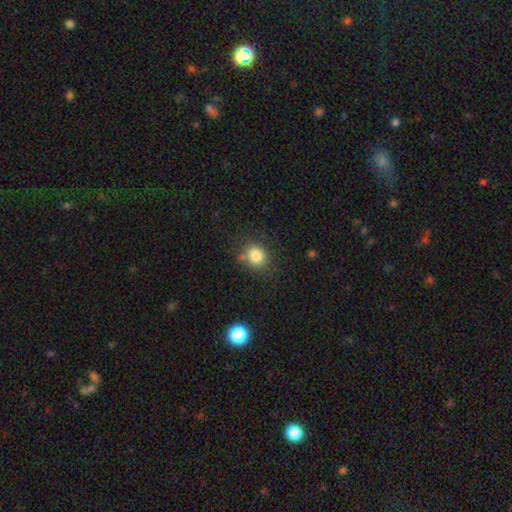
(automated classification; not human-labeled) Overall: smooth (82%). How rounded: round (79%). Merging: none (76%).